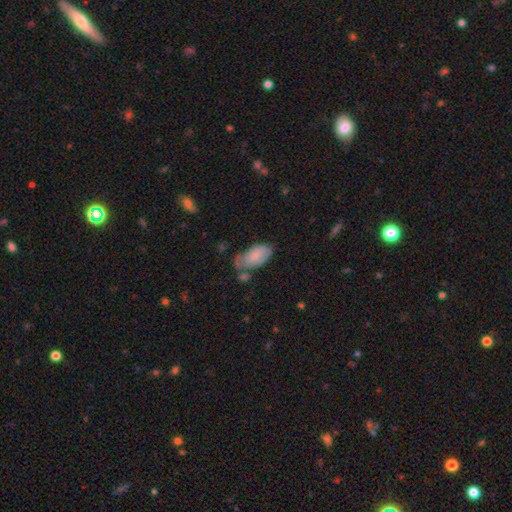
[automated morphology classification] This is likely a smooth galaxy (70%). How rounded: clearly in between (94%). Merging: possibly none (45%).